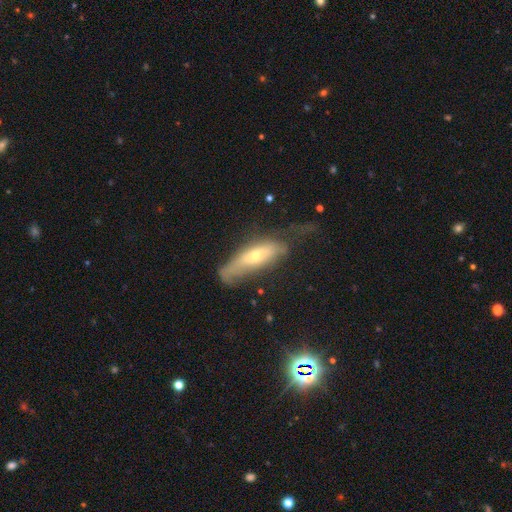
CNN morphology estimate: Q: Smooth or featured?
A: featured or disk (49%); runner-up: smooth (44%)
Q: Merging?
A: major disturbance (36%); runner-up: none (32%)